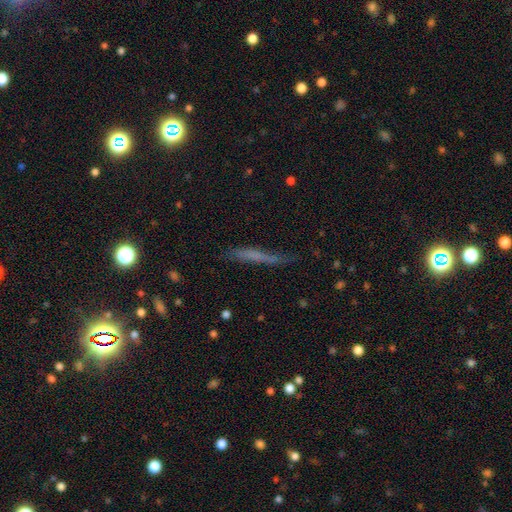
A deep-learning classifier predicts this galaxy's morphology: This is possibly a smooth galaxy (49%). Merging: likely none (70%).